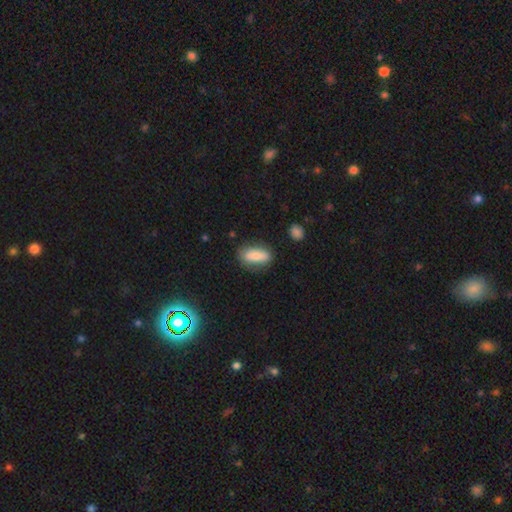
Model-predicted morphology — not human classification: This appears to be a smooth galaxy with no disk features (82%) that is in between round and cigar-shaped (75%). Merging: none (77%).